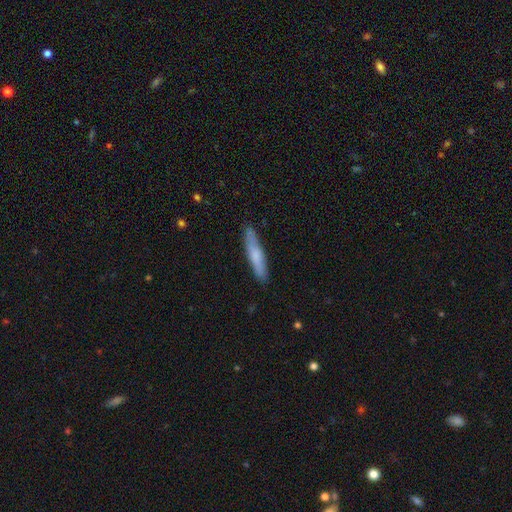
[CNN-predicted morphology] smooth-or-featured: smooth: 68% | featured or disk: 27% | star or artifact: 5%
  how-rounded: cigar-shaped: 89% | in between: 10% | round: 1%
  merging: none: 86% | minor disturbance: 11% | major disturbance: 2% | merger: 1%